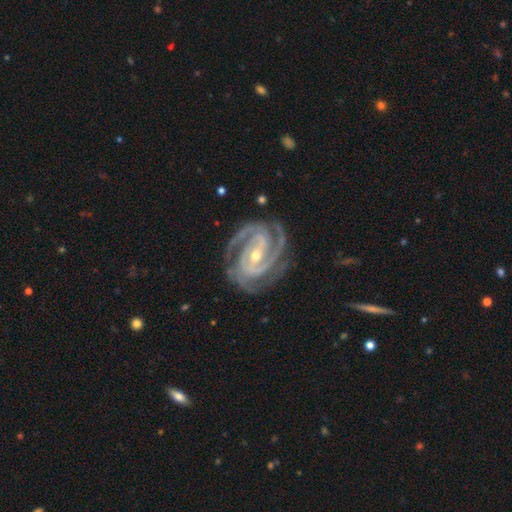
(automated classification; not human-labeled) Q: Smooth or featured?
A: featured or disk (94%); runner-up: star or artifact (4%)
Q: Edge-on disk?
A: no (98%); runner-up: yes (2%)
Q: Bar?
A: strong (37%); runner-up: weak (35%)
Q: Spiral arms?
A: yes (99%); runner-up: no (1%)
Q: Spiral winding?
A: tight (68%); runner-up: medium (29%)
Q: Spiral arm count?
A: 2 (42%); runner-up: 3 (37%)
Q: Bulge size?
A: small (54%); runner-up: moderate (44%)
Q: Merging?
A: none (78%); runner-up: minor disturbance (16%)